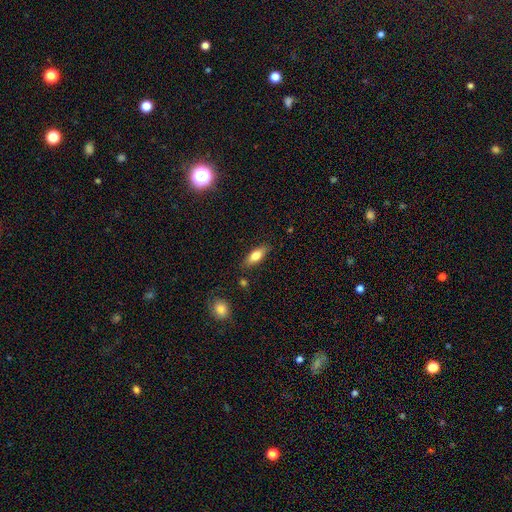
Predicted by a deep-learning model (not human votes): smooth_or_featured: smooth (p=0.74) [alt: featured or disk p=0.19]
how_rounded: in between (p=0.71) [alt: cigar-shaped p=0.26]
merging: none (p=0.83) [alt: minor disturbance p=0.12]